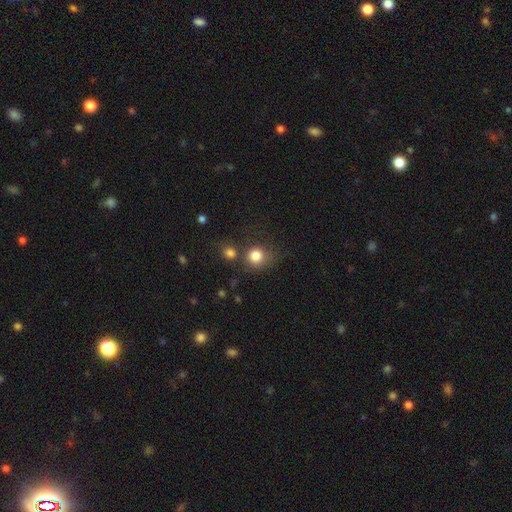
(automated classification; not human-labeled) Morphology: type=smooth (82%); roundness=round (83%); merging=none (59%).